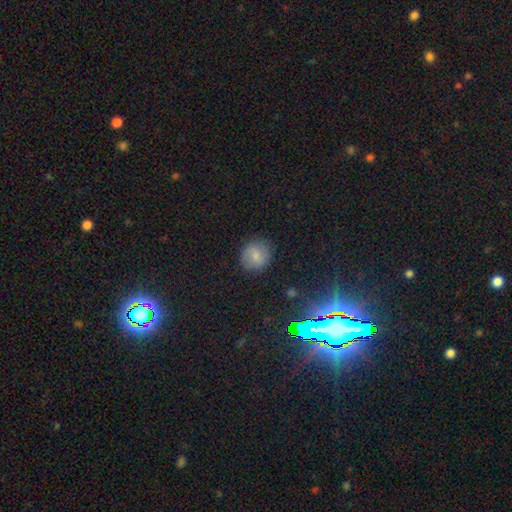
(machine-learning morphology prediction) Smooth or featured? Predicted: smooth (p=0.77). How rounded? Predicted: round (p=0.82). Merging? Predicted: none (p=0.85).